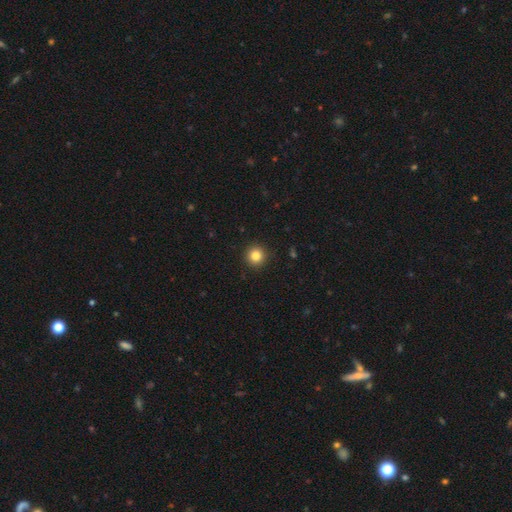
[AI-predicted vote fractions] Q: Smooth or featured?
A: smooth (84%); runner-up: star or artifact (11%)
Q: How rounded?
A: round (95%); runner-up: in between (4%)
Q: Merging?
A: none (93%); runner-up: minor disturbance (5%)